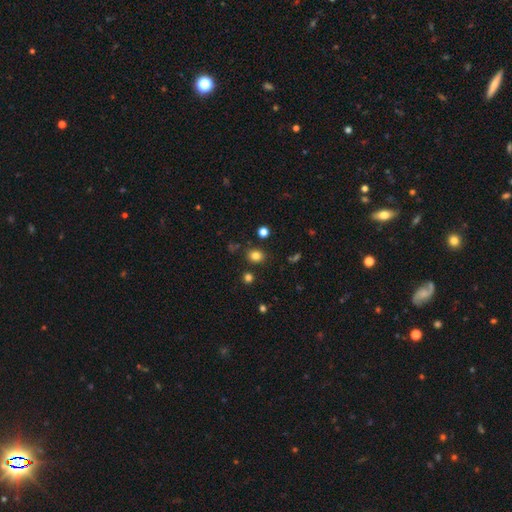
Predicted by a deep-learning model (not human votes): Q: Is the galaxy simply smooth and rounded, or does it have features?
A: smooth — 80%.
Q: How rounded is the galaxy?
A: round — 63%.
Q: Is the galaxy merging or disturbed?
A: none — 85%.